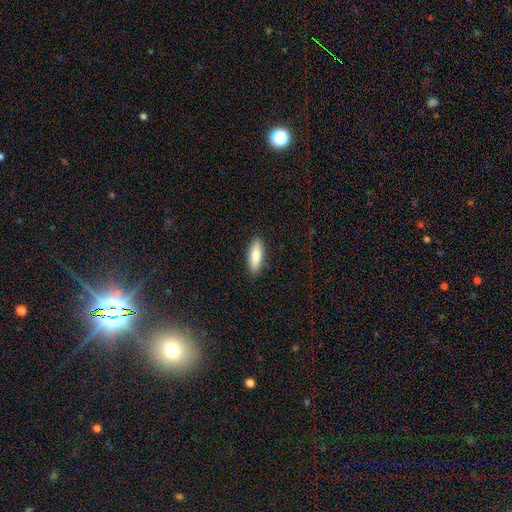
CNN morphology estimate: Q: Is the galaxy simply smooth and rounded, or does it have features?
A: smooth — 86%.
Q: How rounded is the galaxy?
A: in between — 60%.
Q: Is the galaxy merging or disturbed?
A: none — 89%.